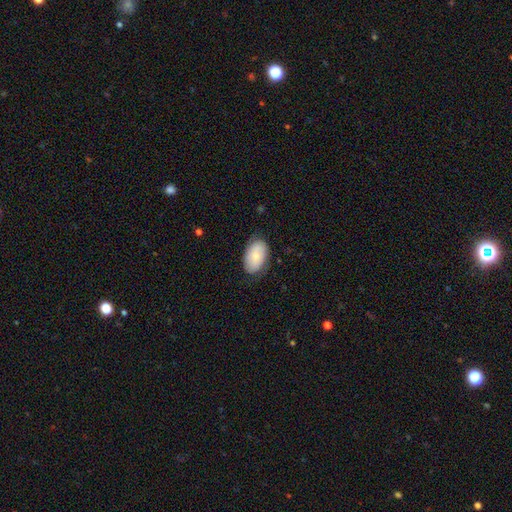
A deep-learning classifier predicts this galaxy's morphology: type=smooth (73%); roundness=in between (94%); merging=none (75%).